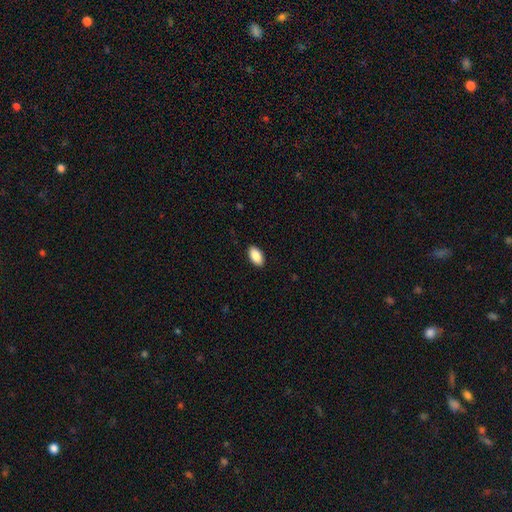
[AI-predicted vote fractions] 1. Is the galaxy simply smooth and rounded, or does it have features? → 89% smooth, 6% star or artifact, 4% featured or disk.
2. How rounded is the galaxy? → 94% in between, 4% cigar-shaped, 2% round.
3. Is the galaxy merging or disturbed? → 90% none, 8% minor disturbance, 2% major disturbance, 1% merger.